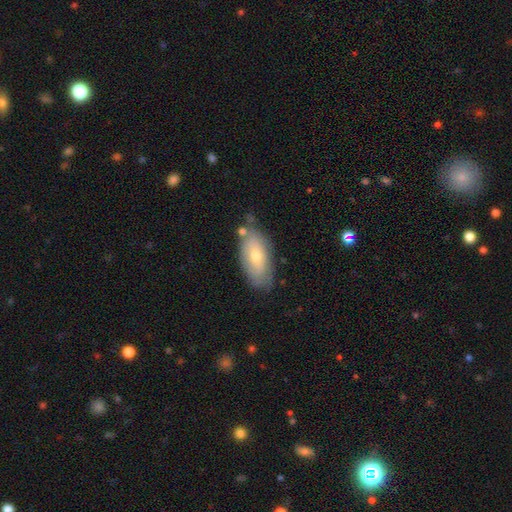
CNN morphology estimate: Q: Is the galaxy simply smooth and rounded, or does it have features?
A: smooth — 61%.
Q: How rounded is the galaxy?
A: in between — 89%.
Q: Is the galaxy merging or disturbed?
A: none — 69%.